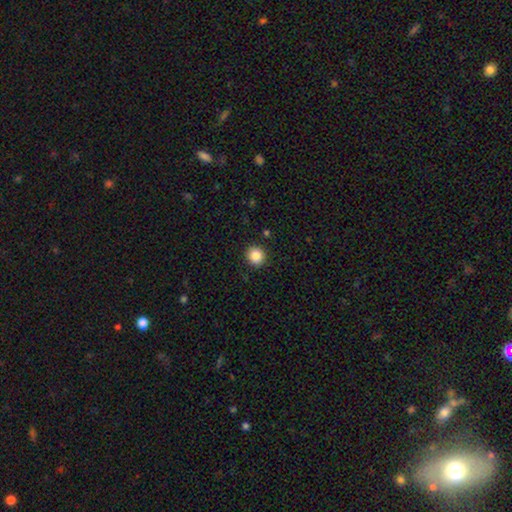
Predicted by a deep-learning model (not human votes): A smooth galaxy with no disk features (86%) that is round (89%).

Vote fractions:
- Smooth or featured? smooth: 86% / star or artifact: 10% / featured or disk: 4%
- How rounded? round: 89% / in between: 10% / cigar-shaped: 1%
- Merging? none: 90% / minor disturbance: 6% / major disturbance: 2% / merger: 1%